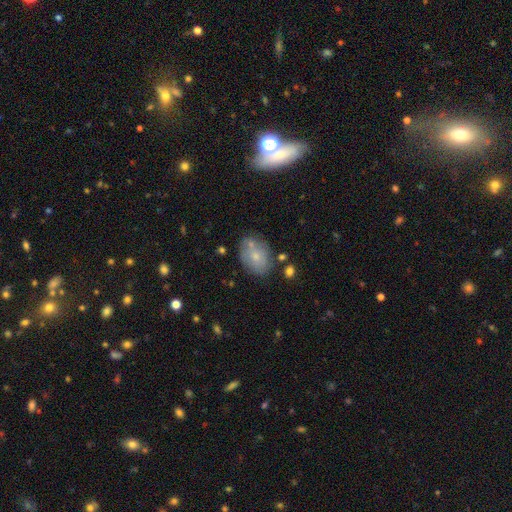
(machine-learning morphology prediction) smooth 62%, featured or disk 29%, star or artifact 10%. Down the decision tree: how rounded — in between (74%); merging — none (65%).